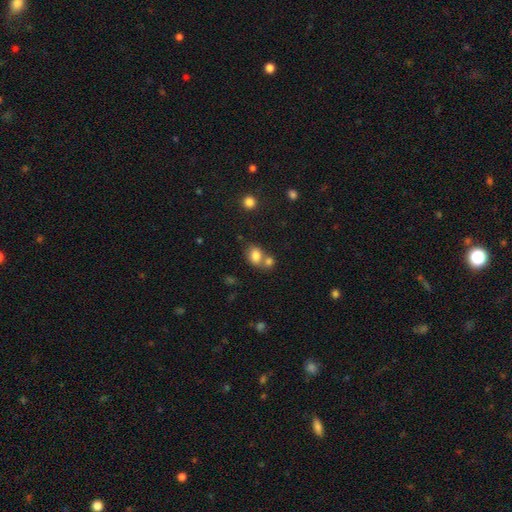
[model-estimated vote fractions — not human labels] Smooth or featured: smooth — 80% (star or artifact — 10%)
How rounded: in between — 62% (round — 37%)
Merging: none — 43% (tied with merger — 43%)